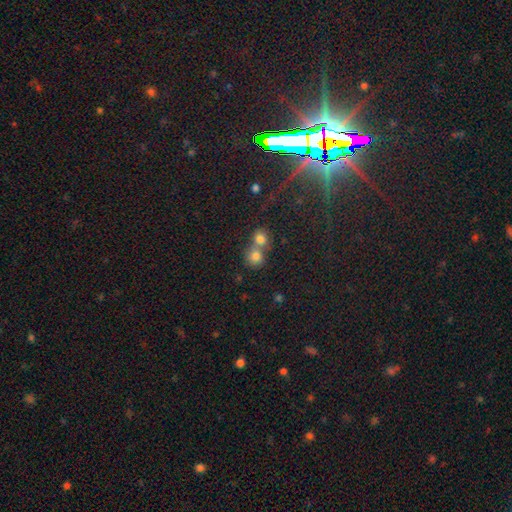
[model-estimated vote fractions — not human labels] Smooth or featured: smooth — 77% (star or artifact — 14%)
How rounded: round — 86% (in between — 13%)
Merging: merger — 52% (none — 41%)